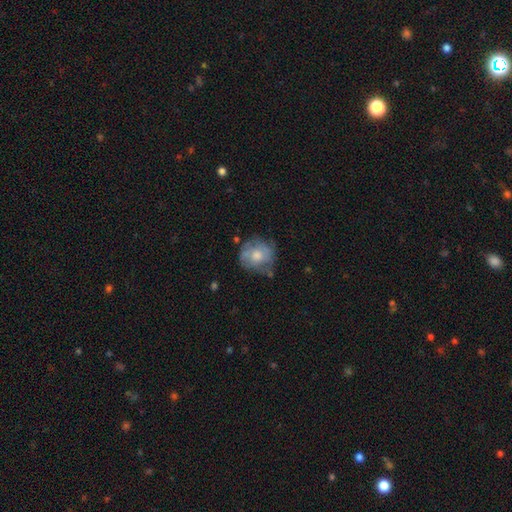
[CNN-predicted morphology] Smooth or featured: smooth — 50% (featured or disk — 41%)
Merging: none — 61% (minor disturbance — 26%)